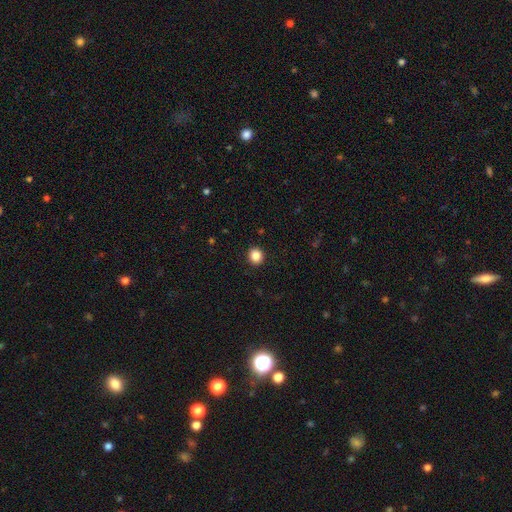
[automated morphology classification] Smooth or featured? smooth (87%)
How rounded? round (86%)
Merging? none (92%)